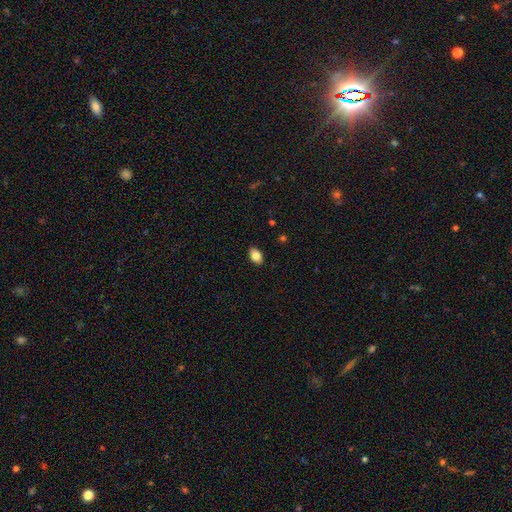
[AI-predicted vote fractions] This appears to be a smooth galaxy with no disk features (84%) that is in between round and cigar-shaped (87%). Merging: none (89%).